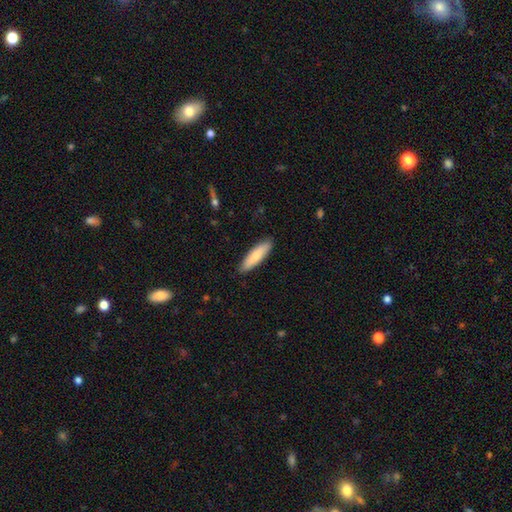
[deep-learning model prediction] This is likely a smooth galaxy (79%). How rounded: likely cigar-shaped (66%). Merging: clearly none (88%).